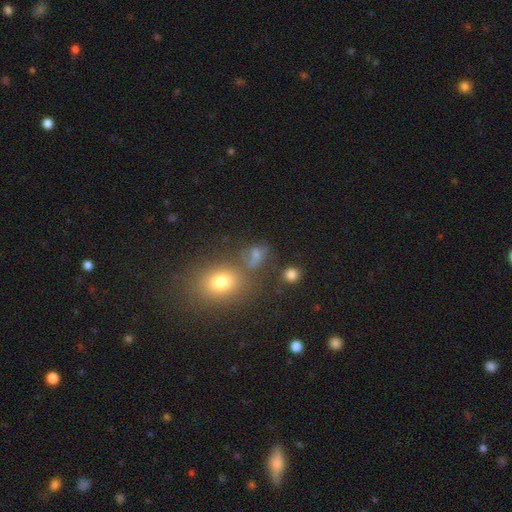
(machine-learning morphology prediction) Q: Smooth or featured?
A: smooth (63%); runner-up: star or artifact (22%)
Q: How rounded?
A: in between (59%); runner-up: round (37%)
Q: Merging?
A: none (48%); runner-up: minor disturbance (19%)